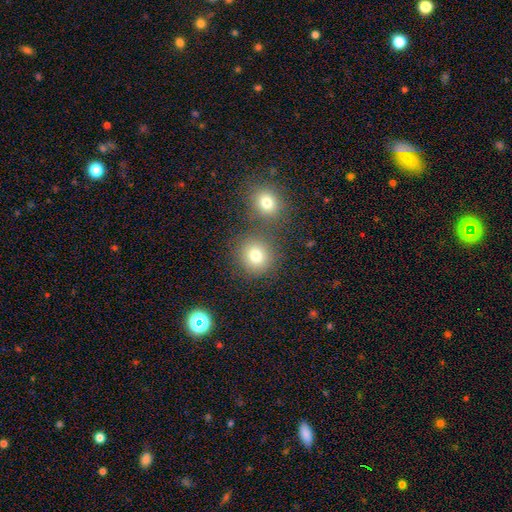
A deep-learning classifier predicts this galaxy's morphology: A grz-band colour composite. It shows a smooth galaxy with no disk features (79%) that is round (87%). Merging: none (73%).